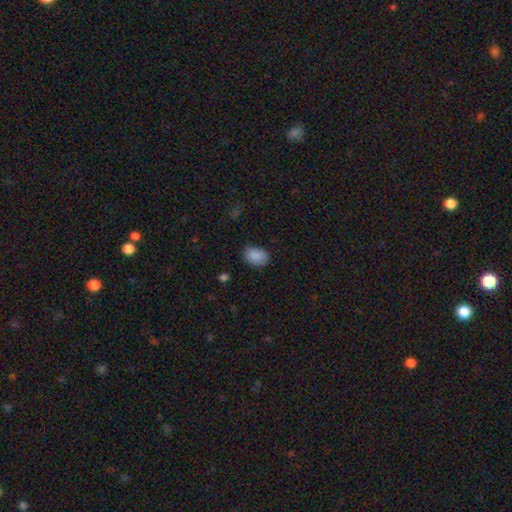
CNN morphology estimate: smooth 89%, star or artifact 8%, featured or disk 4%. Down the decision tree: how rounded — in between (79%); merging — none (78%).